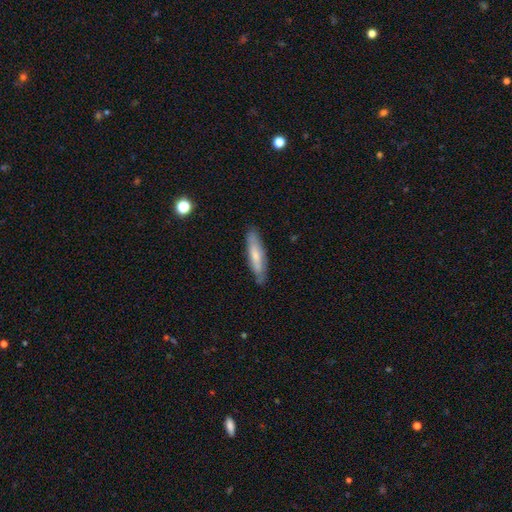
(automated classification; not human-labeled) Morphology: type=smooth (63%); roundness=cigar-shaped (74%); merging=none (80%).